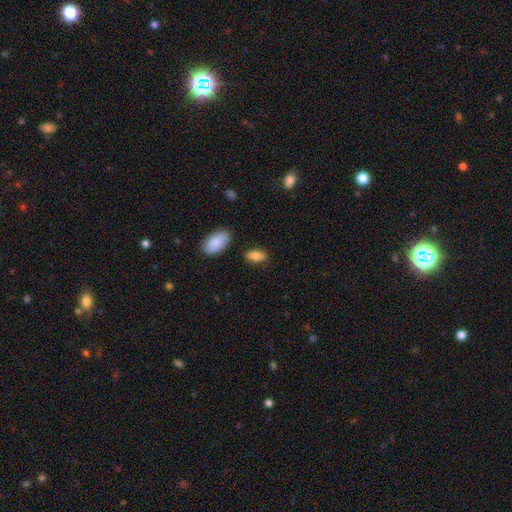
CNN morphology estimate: Smooth or featured: smooth — 81% (featured or disk — 11%)
How rounded: in between — 89% (cigar-shaped — 7%)
Merging: none — 83% (minor disturbance — 11%)